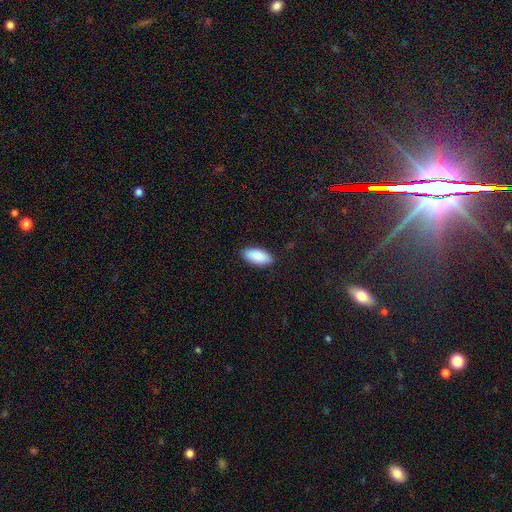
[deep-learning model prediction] smooth 90%, star or artifact 6%, featured or disk 5%. Down the decision tree: how rounded — in between (89%); merging — none (89%).